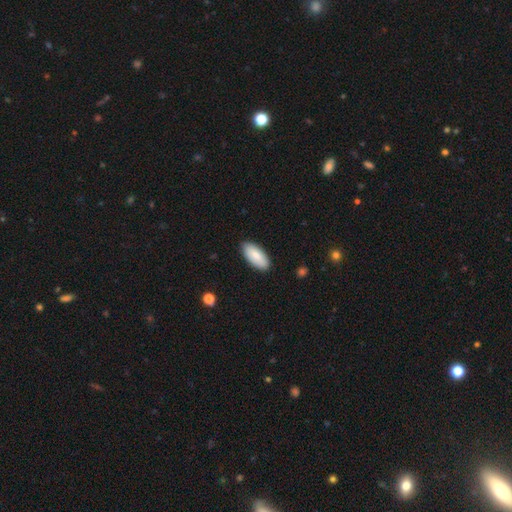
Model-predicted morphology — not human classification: Smooth or featured? smooth (82%)
How rounded? in between (90%)
Merging? none (87%)